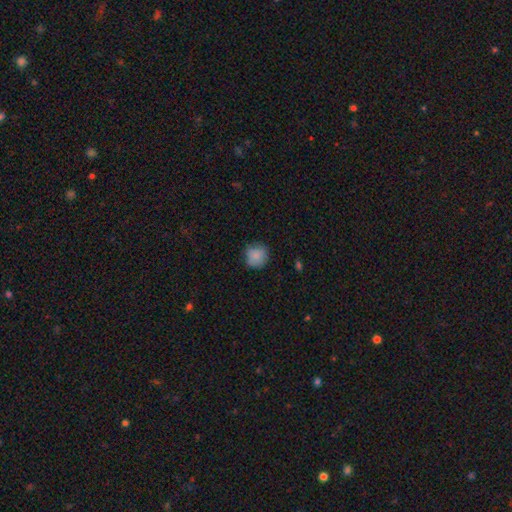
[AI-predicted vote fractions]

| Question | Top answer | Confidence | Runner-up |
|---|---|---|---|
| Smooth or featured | smooth | 85% | star or artifact (8%) |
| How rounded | round | 91% | in between (8%) |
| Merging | none | 79% | minor disturbance (16%) |